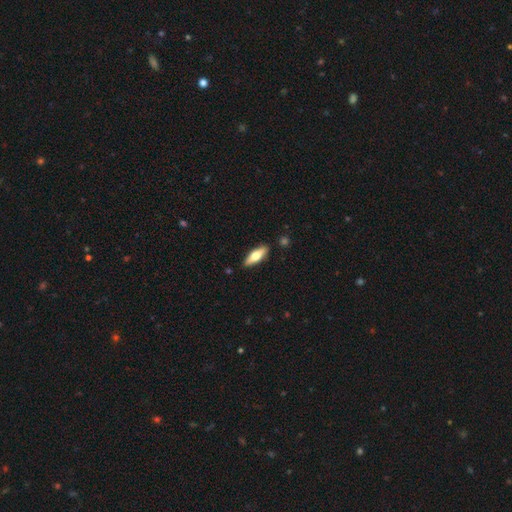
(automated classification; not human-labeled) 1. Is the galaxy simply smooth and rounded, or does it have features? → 56% smooth, 38% featured or disk, 5% star or artifact.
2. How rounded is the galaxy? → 49% in between, 48% cigar-shaped, 2% round.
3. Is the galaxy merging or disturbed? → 89% none, 8% minor disturbance, 2% major disturbance, 1% merger.